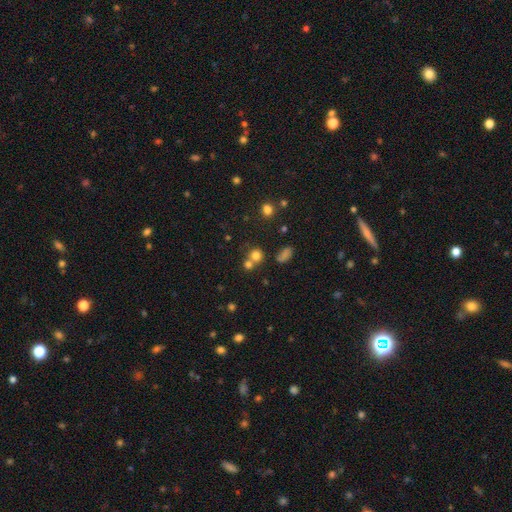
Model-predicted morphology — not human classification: A smooth galaxy with no disk features (73%) that is round (85%).

Vote fractions:
- Smooth or featured? smooth: 73% / star or artifact: 17% / featured or disk: 9%
- How rounded? round: 85% / in between: 14% / cigar-shaped: 1%
- Merging? none: 51% / merger: 38% / minor disturbance: 7% / major disturbance: 3%